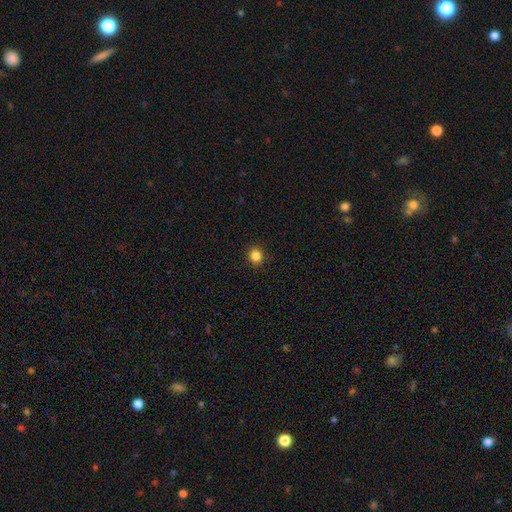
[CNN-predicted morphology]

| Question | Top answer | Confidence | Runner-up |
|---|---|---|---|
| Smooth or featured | smooth | 85% | star or artifact (11%) |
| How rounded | round | 85% | in between (14%) |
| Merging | none | 92% | minor disturbance (5%) |